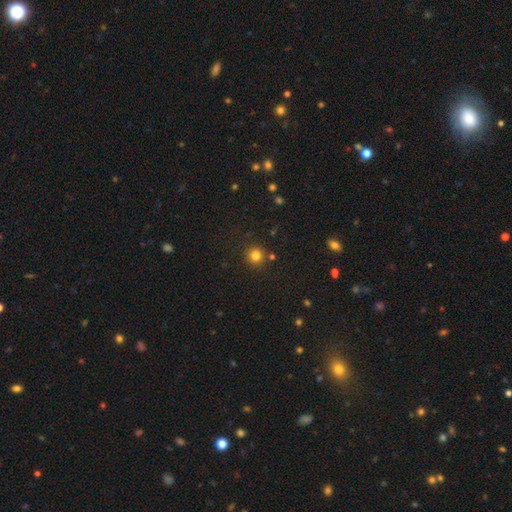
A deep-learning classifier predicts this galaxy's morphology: Overall: smooth (81%). How rounded: round (94%). Merging: none (87%).